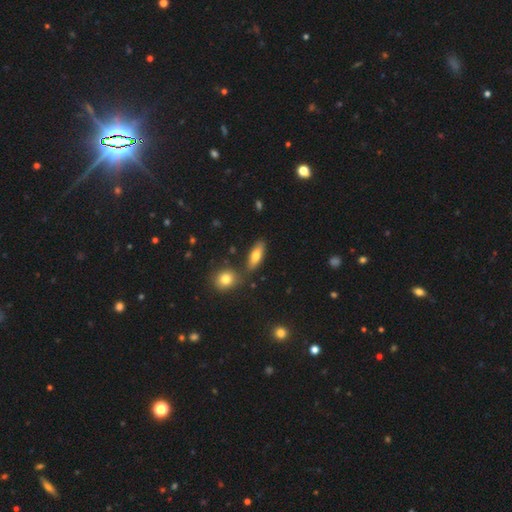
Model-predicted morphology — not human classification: The model was most divided on "how rounded": in between: 68%, cigar-shaped: 29%, round: 3%. More confident: merging — none (72%); smooth or featured — smooth (72%).